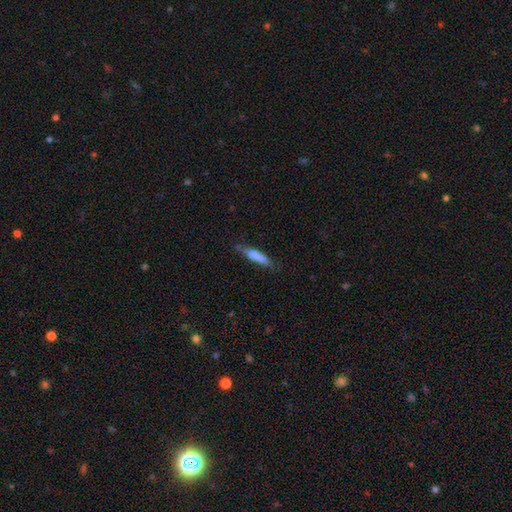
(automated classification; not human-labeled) smooth 70%, featured or disk 24%, star or artifact 6%. Down the decision tree: how rounded — cigar-shaped (86%); merging — none (70%).